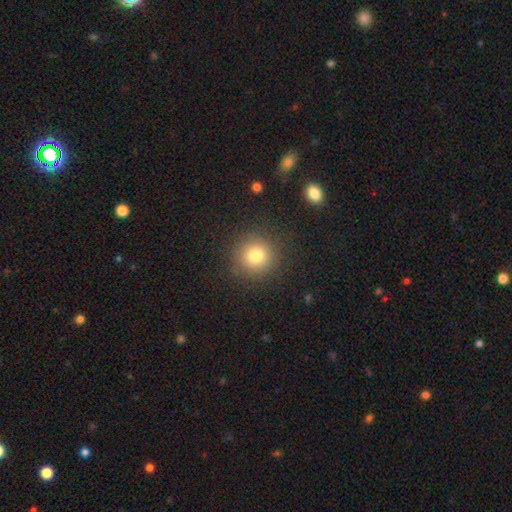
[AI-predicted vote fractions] Overall: smooth (81%). How rounded: round (92%). Merging: none (88%).